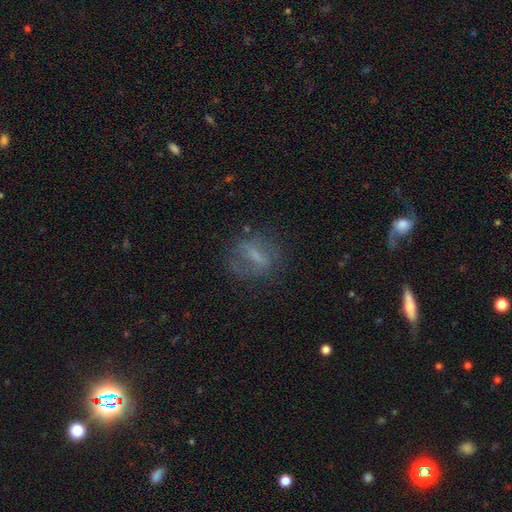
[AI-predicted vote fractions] This is possibly a smooth galaxy (45%). Merging: likely none (67%).